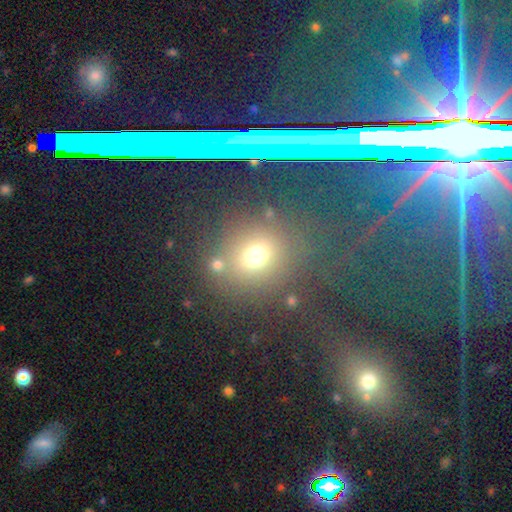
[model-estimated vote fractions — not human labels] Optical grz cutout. It shows a smooth galaxy with no disk features (64%) that is round (70%). Merging: none (70%).